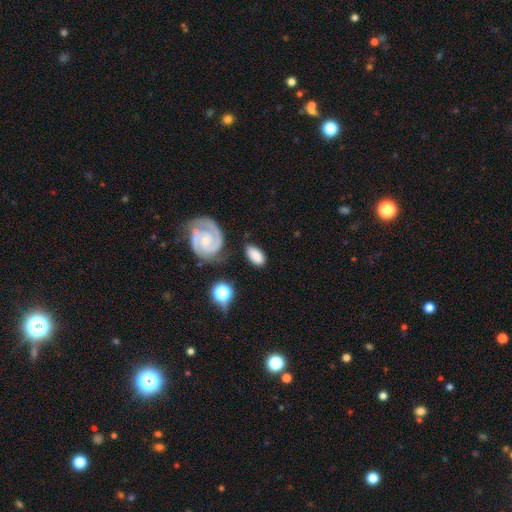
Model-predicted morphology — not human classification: Smooth or featured?
  - smooth: 70% *
  - featured or disk: 23%
  - star or artifact: 7%
How rounded?
  - in between: 90% *
  - round: 6%
  - cigar-shaped: 4%
Merging?
  - none: 73% *
  - minor disturbance: 16%
  - merger: 6%
  - major disturbance: 5%